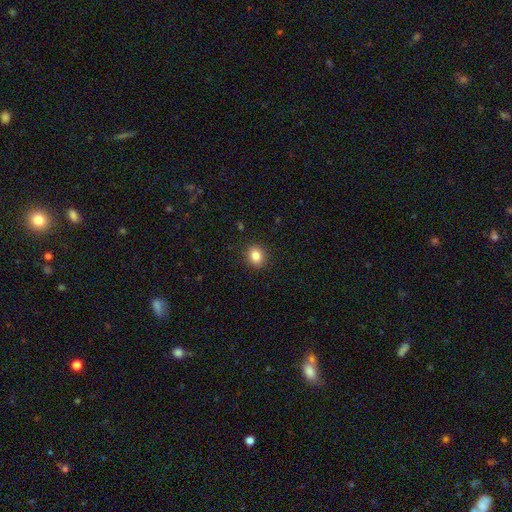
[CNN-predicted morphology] Smooth or featured?
  - smooth: 84% *
  - star or artifact: 10%
  - featured or disk: 6%
How rounded?
  - round: 61% *
  - in between: 38%
  - cigar-shaped: 1%
Merging?
  - none: 90% *
  - minor disturbance: 7%
  - major disturbance: 2%
  - merger: 1%